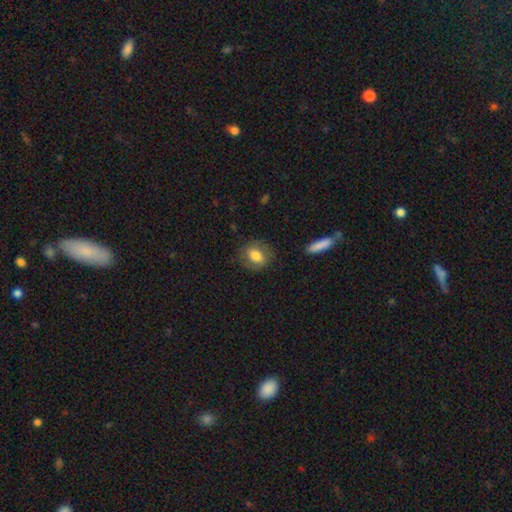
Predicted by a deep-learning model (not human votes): smooth 74%, featured or disk 18%, star or artifact 8%. Down the decision tree: how rounded — in between (54%); merging — none (78%).